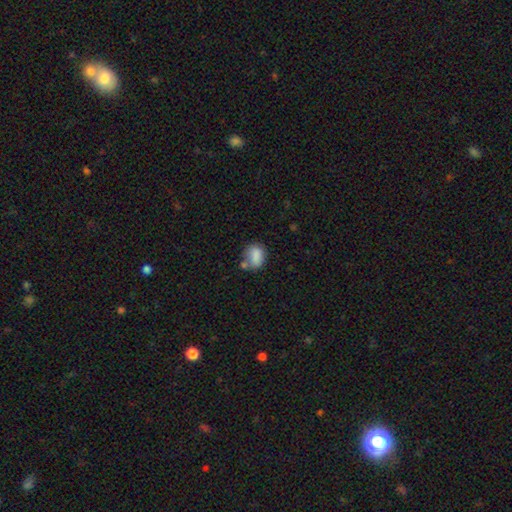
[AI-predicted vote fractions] This appears to be a smooth galaxy with no disk features (83%) that is in between round and cigar-shaped (63%). Merging: none (55%).